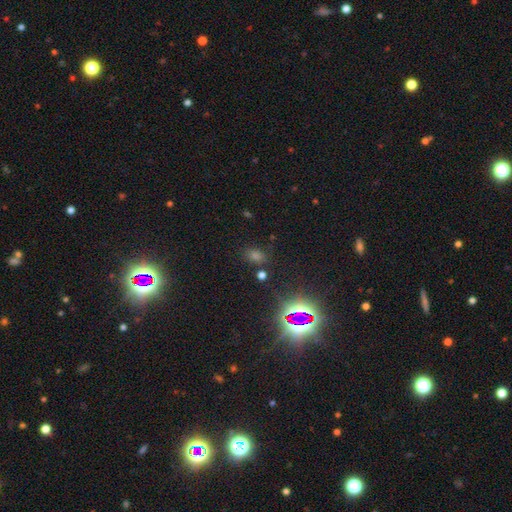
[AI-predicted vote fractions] Smooth or featured? star or artifact (53%)